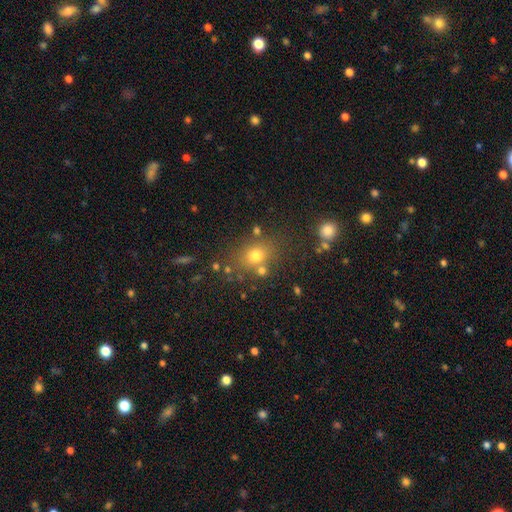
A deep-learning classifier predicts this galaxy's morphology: Smooth or featured? Predicted: smooth (p=0.70). How rounded? Predicted: round (p=0.58). Merging? Predicted: none (p=0.73).